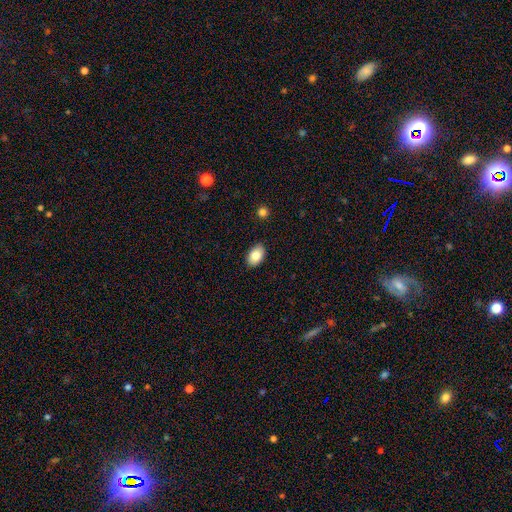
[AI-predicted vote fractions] This is clearly a smooth galaxy (85%). How rounded: clearly in between (89%). Merging: clearly none (87%).